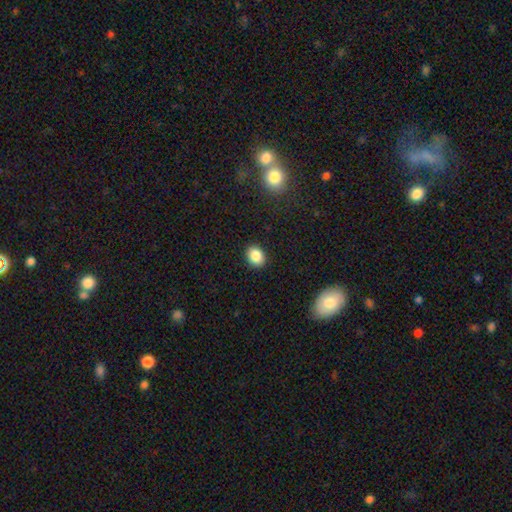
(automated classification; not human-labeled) This is clearly a smooth galaxy (86%). How rounded: possibly in between (54%). Merging: clearly none (90%).